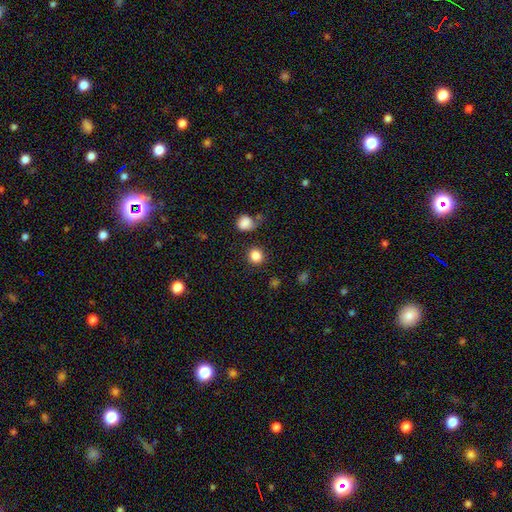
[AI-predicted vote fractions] smooth-or-featured: smooth: 85% | star or artifact: 11% | featured or disk: 4%
  how-rounded: round: 92% | in between: 7% | cigar-shaped: 1%
  merging: none: 87% | minor disturbance: 7% | major disturbance: 3% | merger: 3%